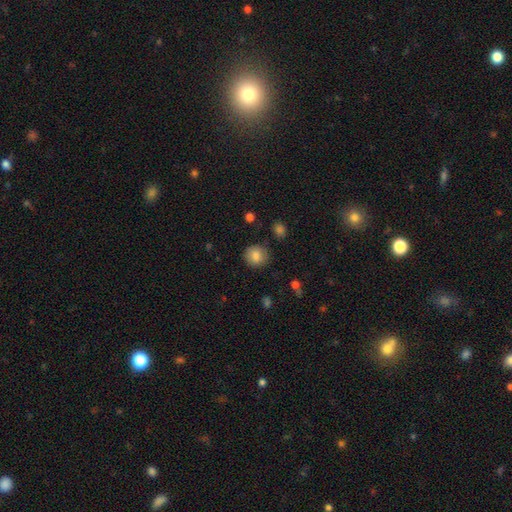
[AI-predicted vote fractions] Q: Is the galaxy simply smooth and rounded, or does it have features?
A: smooth — 84%.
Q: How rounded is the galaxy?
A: round — 87%.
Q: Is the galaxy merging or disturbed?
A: none — 85%.